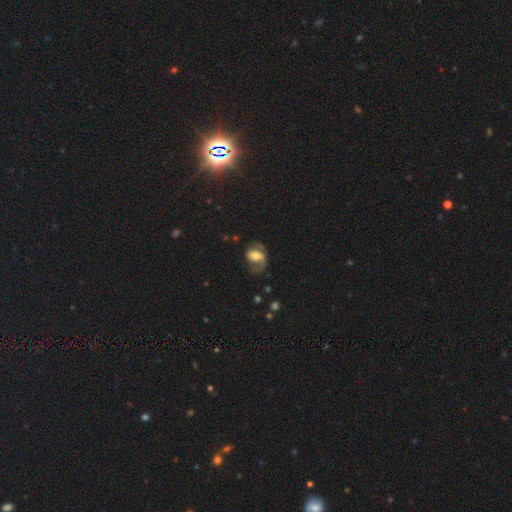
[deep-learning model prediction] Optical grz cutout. It shows a featured or disk galaxy (59%) with no bar (41%), spiral arms (76%) and a moderate central bulge (55%). Merging: none (52%).